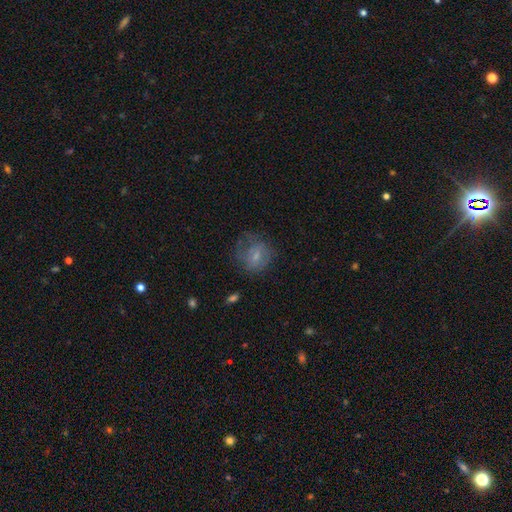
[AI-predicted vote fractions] smooth-or-featured: smooth: 53% | featured or disk: 36% | star or artifact: 11%
  how-rounded: round: 68% | in between: 31% | cigar-shaped: 1%
  merging: none: 50% | minor disturbance: 24% | major disturbance: 24% | merger: 2%